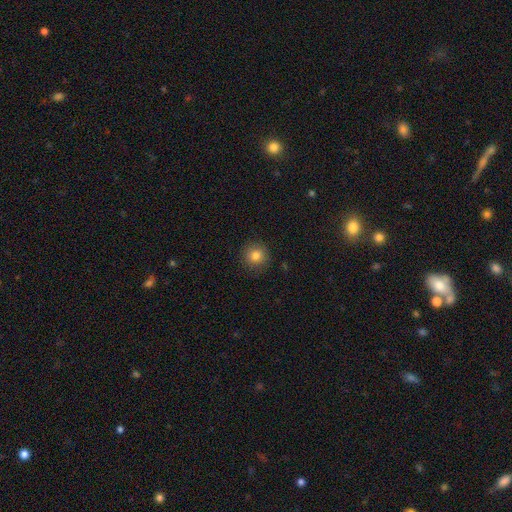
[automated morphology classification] This appears to be a smooth galaxy with no disk features (82%) that is round (93%). Merging: none (89%).